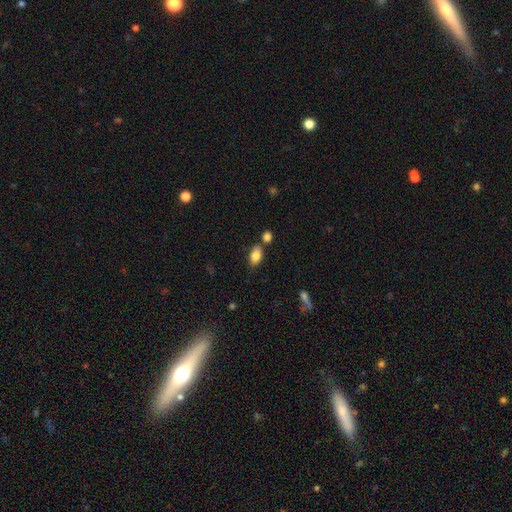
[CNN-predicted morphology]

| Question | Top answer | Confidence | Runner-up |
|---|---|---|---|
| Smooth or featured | smooth | 82% | featured or disk (10%) |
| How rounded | in between | 90% | round (7%) |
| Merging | none | 68% | merger (15%) |